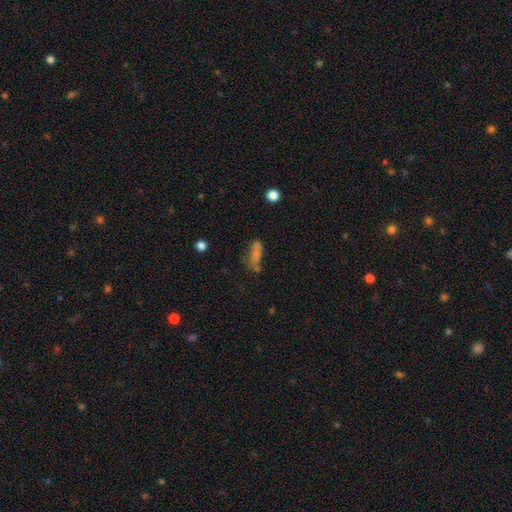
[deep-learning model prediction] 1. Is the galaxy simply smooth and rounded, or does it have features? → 60% smooth, 23% featured or disk, 17% star or artifact.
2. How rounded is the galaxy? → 51% in between, 44% cigar-shaped, 5% round.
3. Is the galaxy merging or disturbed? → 44% none, 22% minor disturbance, 18% major disturbance, 16% merger.